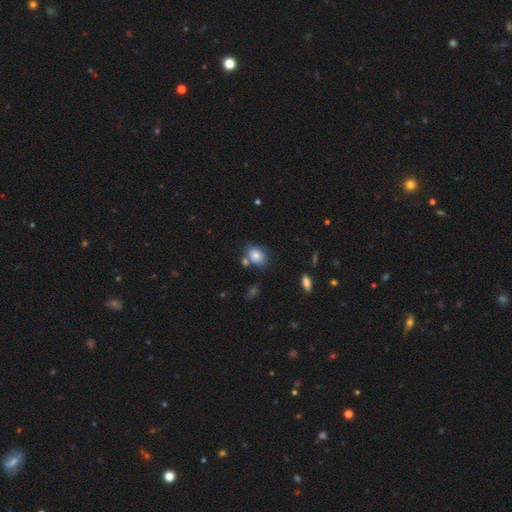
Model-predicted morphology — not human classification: type=smooth (83%); roundness=in between (77%); merging=none (63%).